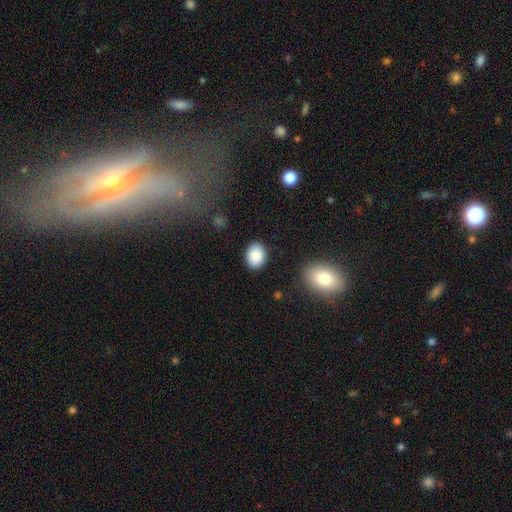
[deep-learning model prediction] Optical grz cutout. It shows a smooth galaxy with no disk features (87%) that is in between round and cigar-shaped (66%). Merging: none (88%).